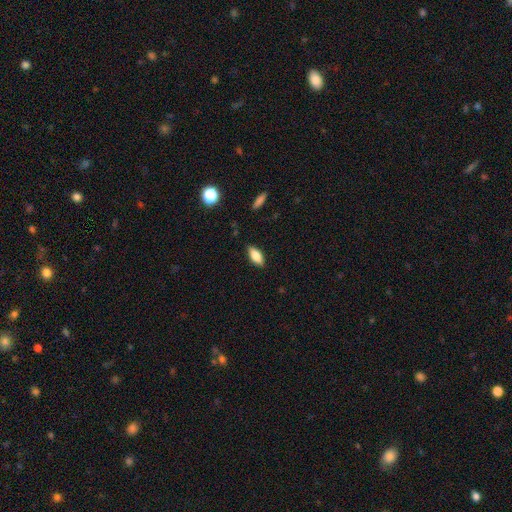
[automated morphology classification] smooth-or-featured: smooth: 79% | featured or disk: 13% | star or artifact: 7%
  how-rounded: in between: 82% | cigar-shaped: 16% | round: 2%
  merging: none: 86% | minor disturbance: 11% | major disturbance: 2% | merger: 1%